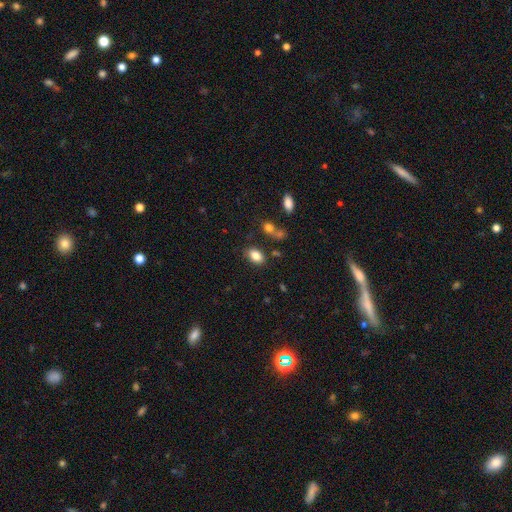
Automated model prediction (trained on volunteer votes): Overall: smooth (84%). How rounded: in between (87%). Merging: none (79%).